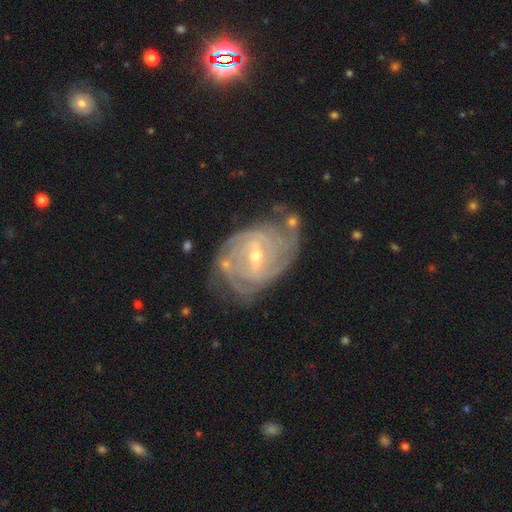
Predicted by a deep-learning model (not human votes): Smooth or featured?
  - featured or disk: 90% *
  - star or artifact: 5%
  - smooth: 5%
Edge-on disk?
  - no: 97% *
  - yes: 3%
Bar?
  - weak: 51% *
  - strong: 34%
  - no: 14%
Spiral arms?
  - yes: 97% *
  - no: 3%
Spiral winding?
  - tight: 70% *
  - medium: 25%
  - loose: 5%
Spiral arm count?
  - can't tell: 23% *
  - 2: 22%
  - 3: 22%
  - 4: 21%
  - more than 4: 6%
  - 1: 5%
Bulge size?
  - small: 56% *
  - moderate: 41%
  - large: 1%
  - none: 1%
  - dominant: 1%
Merging?
  - none: 66% *
  - minor disturbance: 21%
  - major disturbance: 8%
  - merger: 5%